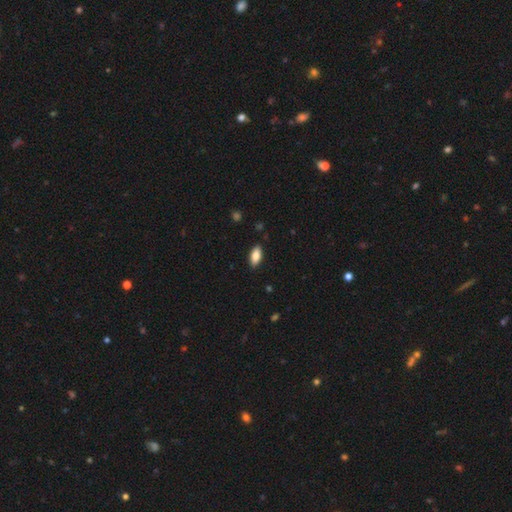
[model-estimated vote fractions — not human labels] Smooth or featured?
  - smooth: 83% *
  - featured or disk: 11%
  - star or artifact: 7%
How rounded?
  - in between: 87% *
  - cigar-shaped: 11%
  - round: 2%
Merging?
  - none: 88% *
  - minor disturbance: 9%
  - major disturbance: 2%
  - merger: 1%